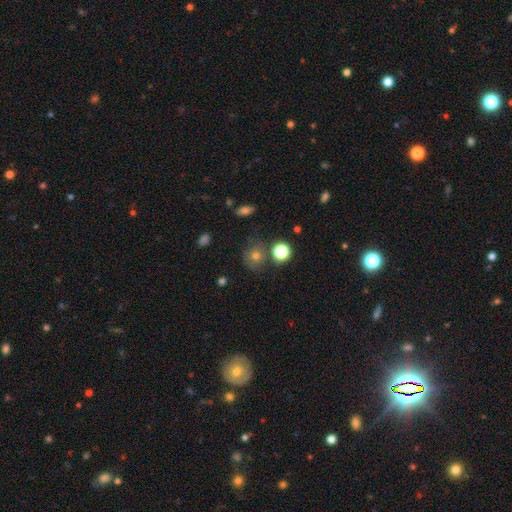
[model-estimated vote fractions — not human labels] smooth 66%, star or artifact 22%, featured or disk 12%. Down the decision tree: how rounded — round (83%); merging — none (75%).